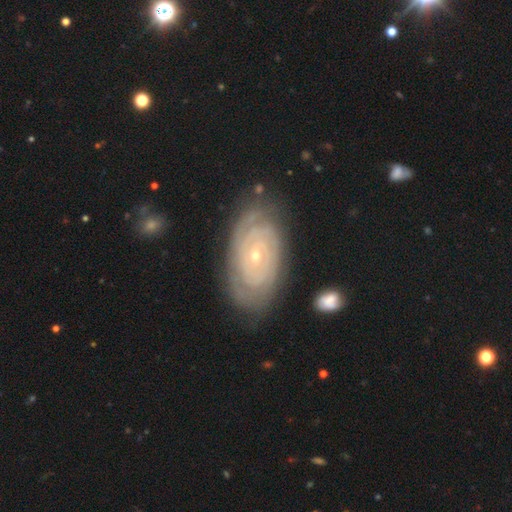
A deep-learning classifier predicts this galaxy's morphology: This appears to be a featured or disk galaxy (86%) with no bar (77%), tight (87%) spiral arms (95%) and a small central bulge (78%). Merging: none (79%).